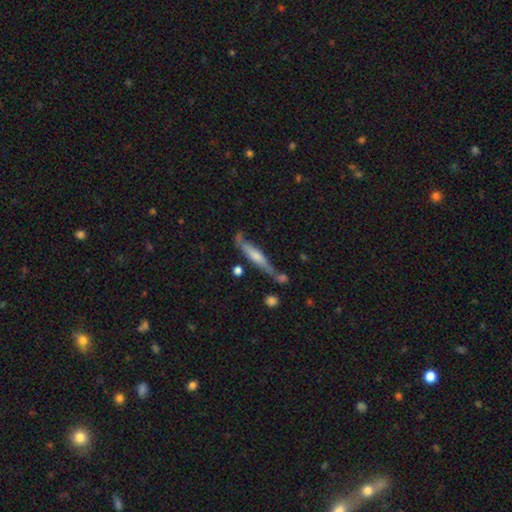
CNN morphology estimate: type=smooth (53%); roundness=cigar-shaped (86%); merging=none (59%).